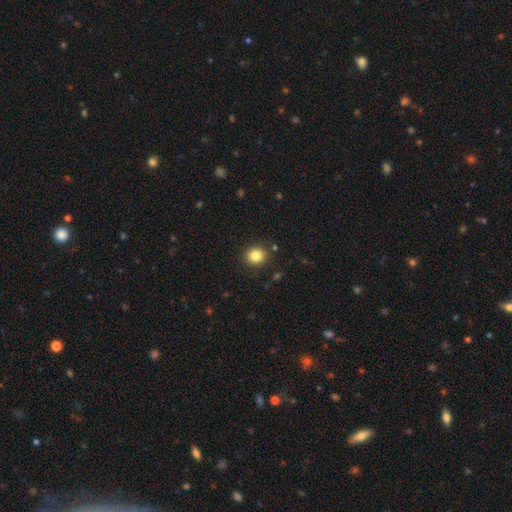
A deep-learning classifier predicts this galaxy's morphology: Smooth or featured? Predicted: smooth (p=0.84). How rounded? Predicted: round (p=0.81). Merging? Predicted: none (p=0.89).